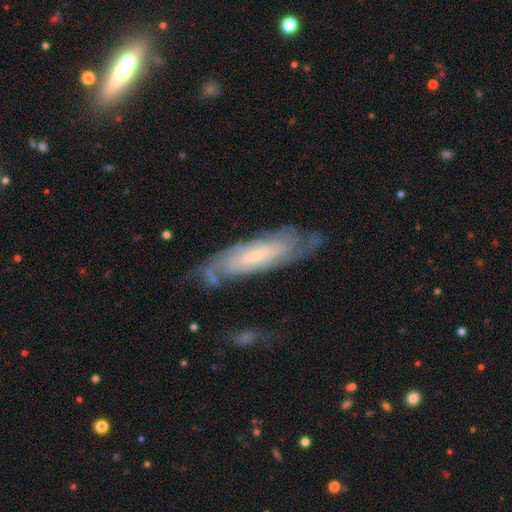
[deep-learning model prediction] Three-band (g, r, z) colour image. It shows a featured or disk galaxy (78%) with no bar (58%), tight (67%) spiral arms (93%) and a small central bulge (71%). Merging: none (68%).